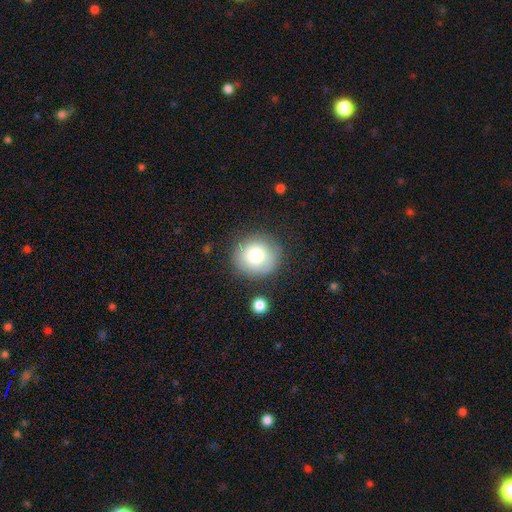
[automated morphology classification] smooth 78%, featured or disk 12%, star or artifact 10%. Down the decision tree: how rounded — round (90%); merging — none (82%).